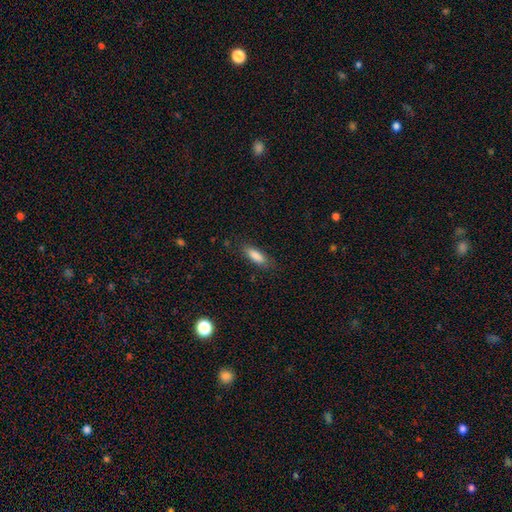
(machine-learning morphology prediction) This is clearly a smooth galaxy (86%). How rounded: possibly in between (59%). Merging: clearly none (82%).